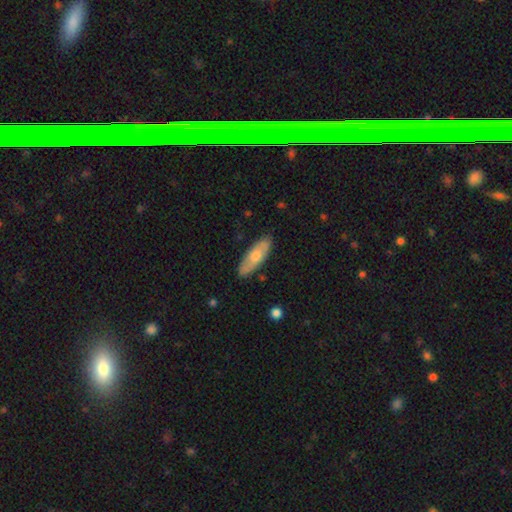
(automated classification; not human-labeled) Smooth or featured? Predicted: smooth (p=0.58). How rounded? Predicted: in between (p=0.56). Merging? Predicted: none (p=0.86).